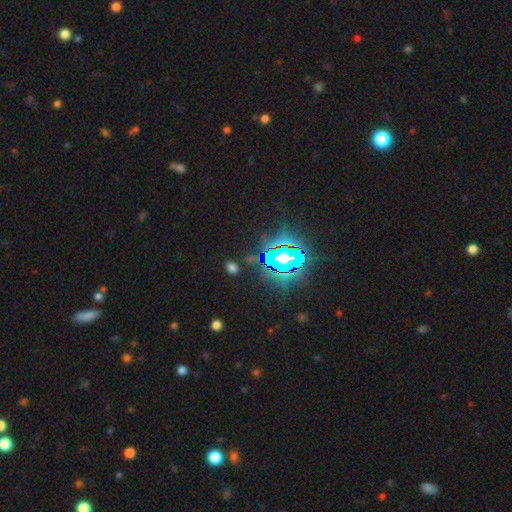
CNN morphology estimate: This appears to be a star or artifact, not a galaxy (84%).